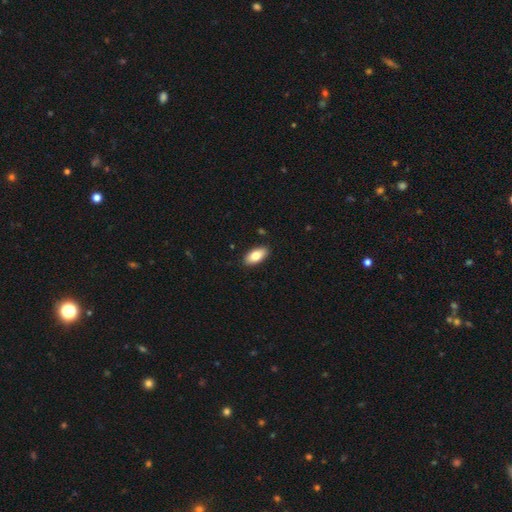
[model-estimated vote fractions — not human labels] Smooth or featured?
  - smooth: 82% *
  - featured or disk: 11%
  - star or artifact: 6%
How rounded?
  - in between: 91% *
  - cigar-shaped: 6%
  - round: 2%
Merging?
  - none: 89% *
  - minor disturbance: 8%
  - major disturbance: 2%
  - merger: 1%